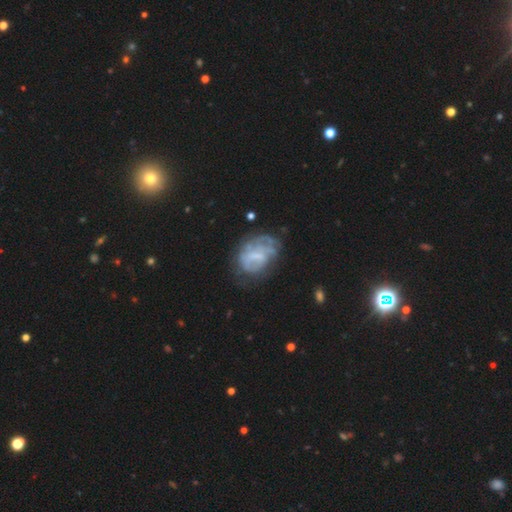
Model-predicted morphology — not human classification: type=featured or disk (62%); edge-on=no (97%); bar=no (47%); spiral arms=no (54%); bulge=none (48%); merging=none (47%).